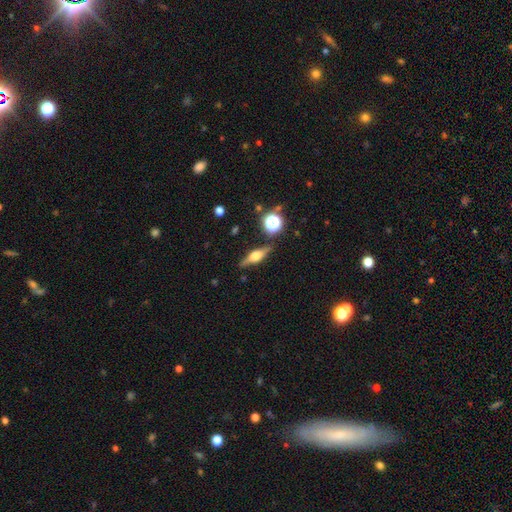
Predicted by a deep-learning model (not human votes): smooth_or_featured: featured or disk (p=0.66) [alt: smooth p=0.25]
disk_edge_on: yes (p=0.95) [alt: no p=0.05]
edge_on_bulge: rounded (p=0.91) [alt: boxy p=0.08]
merging: none (p=0.85) [alt: minor disturbance p=0.10]